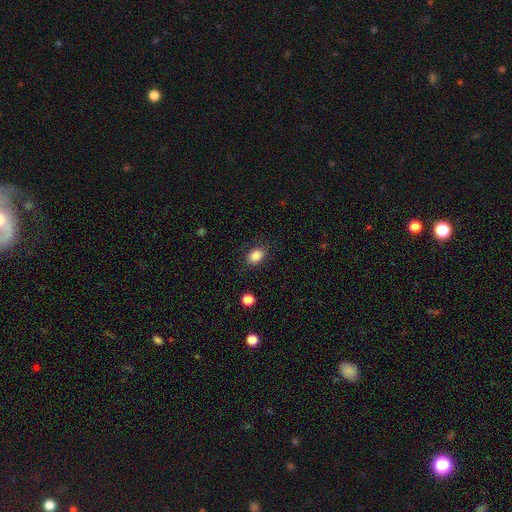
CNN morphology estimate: type=smooth (86%); roundness=in between (71%); merging=none (83%).